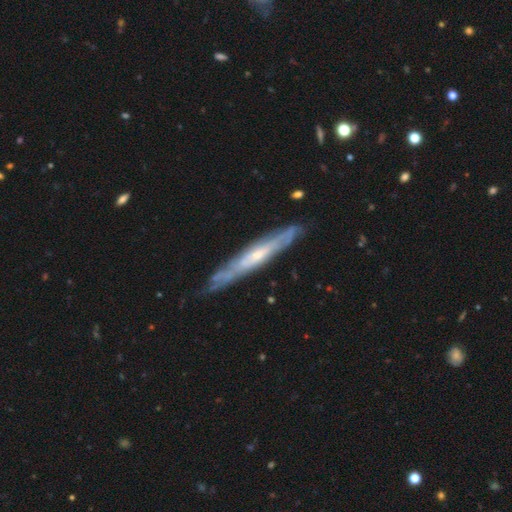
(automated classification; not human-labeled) Smooth or featured? Predicted: featured or disk (p=0.74). Edge-on disk? Predicted: yes (p=0.73). Edge-on bulge? Predicted: none (p=0.50). Merging? Predicted: none (p=0.79).